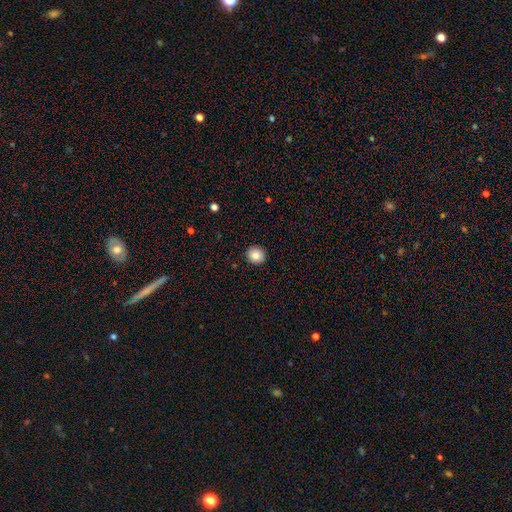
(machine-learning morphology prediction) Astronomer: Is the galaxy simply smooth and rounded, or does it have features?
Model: smooth — 84%.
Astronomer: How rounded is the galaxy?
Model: round — 90%.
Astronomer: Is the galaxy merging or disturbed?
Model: none — 92%.